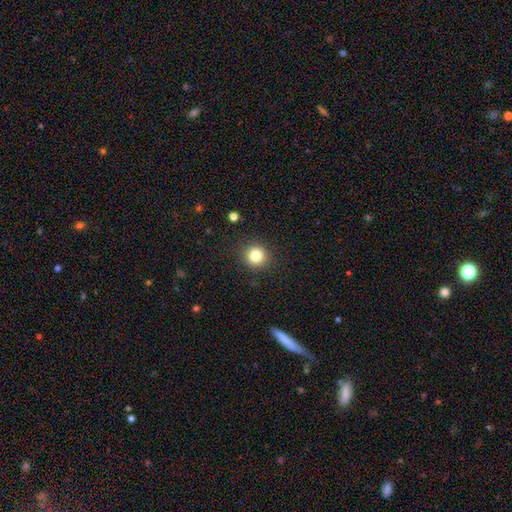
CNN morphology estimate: smooth_or_featured: smooth (p=0.82) [alt: star or artifact p=0.12]
how_rounded: round (p=0.92) [alt: in between p=0.07]
merging: none (p=0.90) [alt: minor disturbance p=0.07]